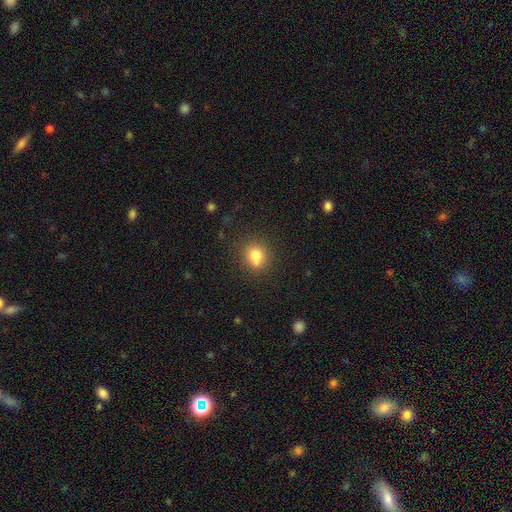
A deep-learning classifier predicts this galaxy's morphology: Smooth or featured? Predicted: smooth (p=0.78). How rounded? Predicted: round (p=0.73). Merging? Predicted: none (p=0.66).